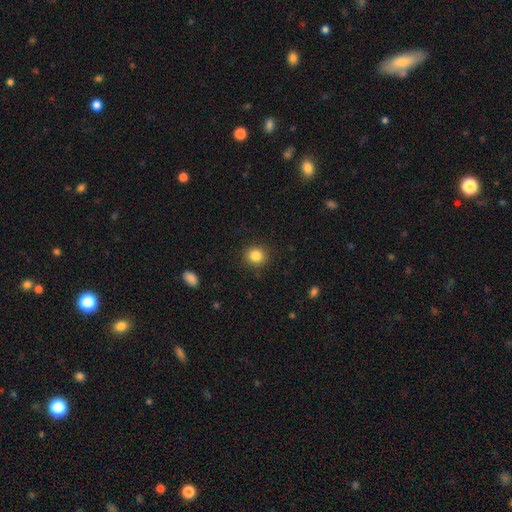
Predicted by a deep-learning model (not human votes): Smooth or featured? Predicted: smooth (p=0.84). How rounded? Predicted: round (p=0.86). Merging? Predicted: none (p=0.90).